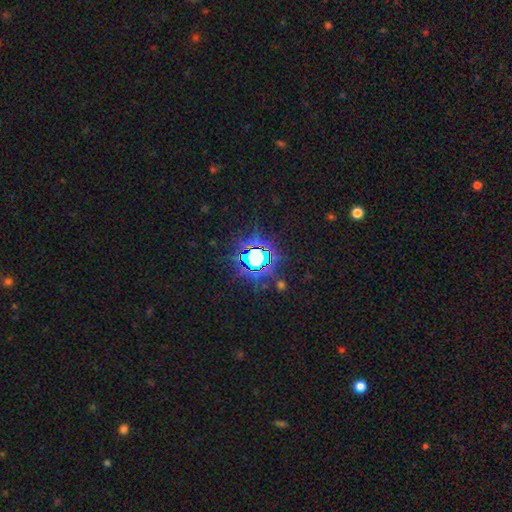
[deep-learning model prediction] Smooth or featured: star or artifact — 74% (smooth — 16%)